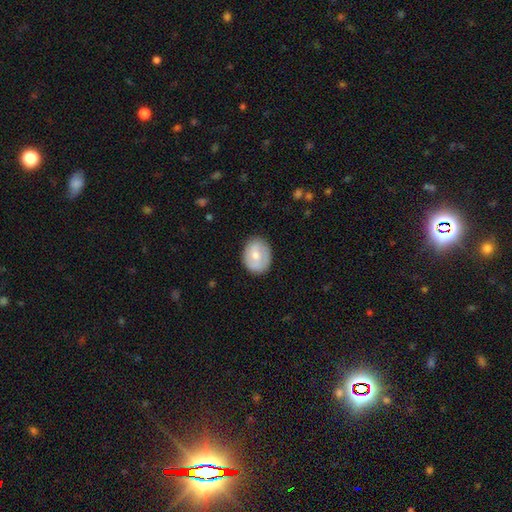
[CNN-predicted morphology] Q: Smooth or featured?
A: smooth (56%); runner-up: featured or disk (38%)
Q: How rounded?
A: round (51%); runner-up: in between (48%)
Q: Merging?
A: none (81%); runner-up: minor disturbance (14%)